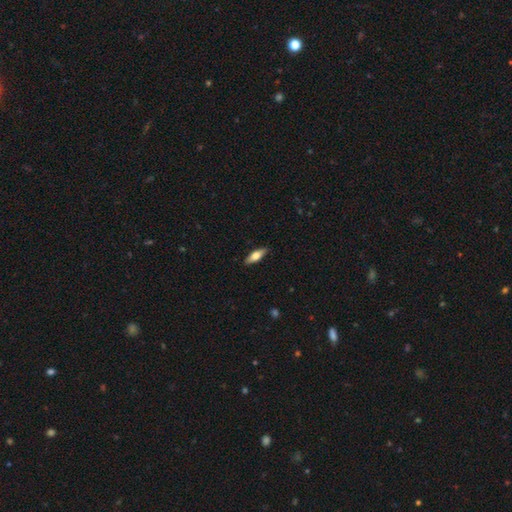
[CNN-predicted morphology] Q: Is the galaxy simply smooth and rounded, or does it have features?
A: smooth — 55%.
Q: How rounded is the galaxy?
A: in between — 53%.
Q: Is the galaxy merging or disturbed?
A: none — 90%.